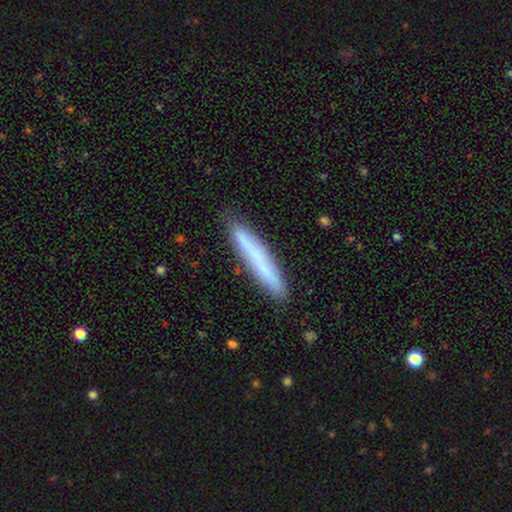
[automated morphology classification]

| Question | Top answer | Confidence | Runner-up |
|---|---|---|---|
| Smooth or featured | smooth | 69% | featured or disk (24%) |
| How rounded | cigar-shaped | 95% | in between (4%) |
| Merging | none | 87% | minor disturbance (10%) |